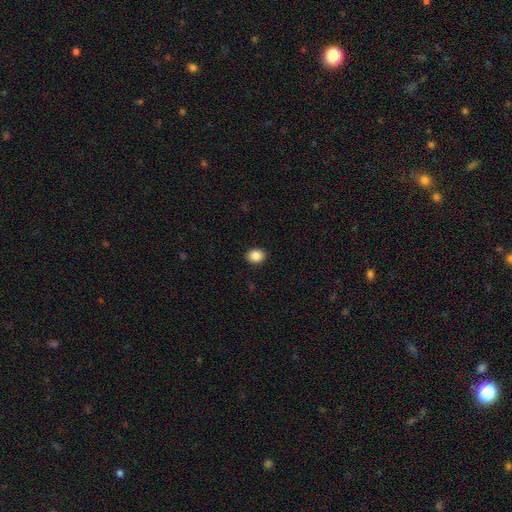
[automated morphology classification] Q: Smooth or featured?
A: smooth (88%); runner-up: star or artifact (8%)
Q: How rounded?
A: in between (56%); runner-up: round (43%)
Q: Merging?
A: none (91%); runner-up: minor disturbance (6%)